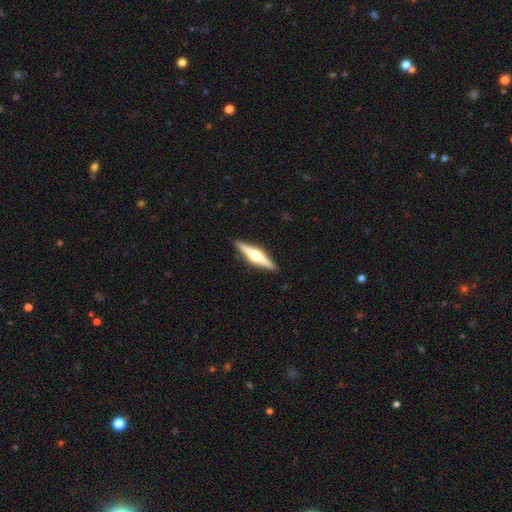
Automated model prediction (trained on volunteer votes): Smooth or featured? featured or disk (75%)
Edge-on disk? yes (98%)
Edge-on bulge? rounded (92%)
Merging? none (91%)